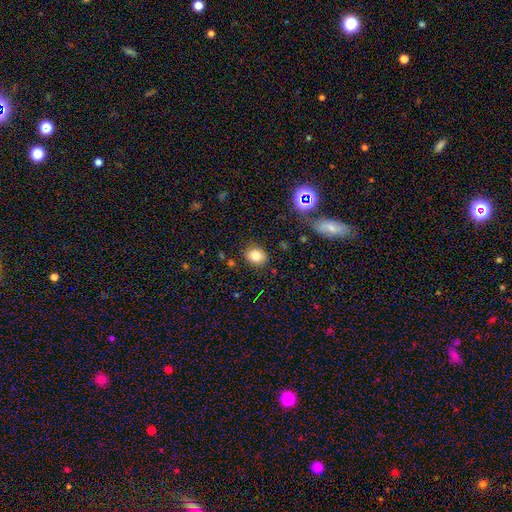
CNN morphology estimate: Q: Smooth or featured?
A: smooth (82%); runner-up: star or artifact (11%)
Q: How rounded?
A: in between (52%); runner-up: round (47%)
Q: Merging?
A: none (86%); runner-up: minor disturbance (9%)